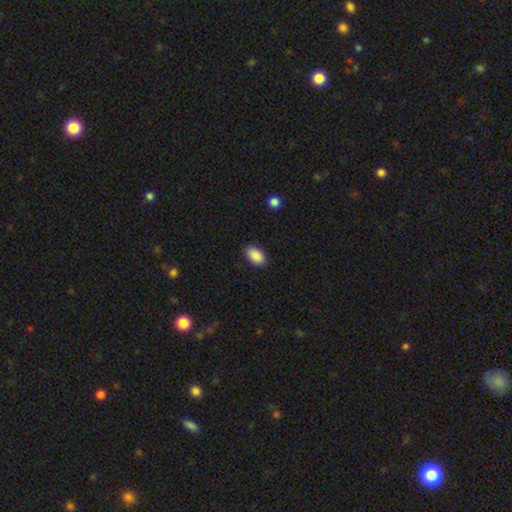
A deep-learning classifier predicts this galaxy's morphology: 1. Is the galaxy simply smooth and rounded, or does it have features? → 90% smooth, 7% star or artifact, 3% featured or disk.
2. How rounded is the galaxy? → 93% in between, 5% round, 2% cigar-shaped.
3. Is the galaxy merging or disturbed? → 87% none, 10% minor disturbance, 2% major disturbance, 1% merger.